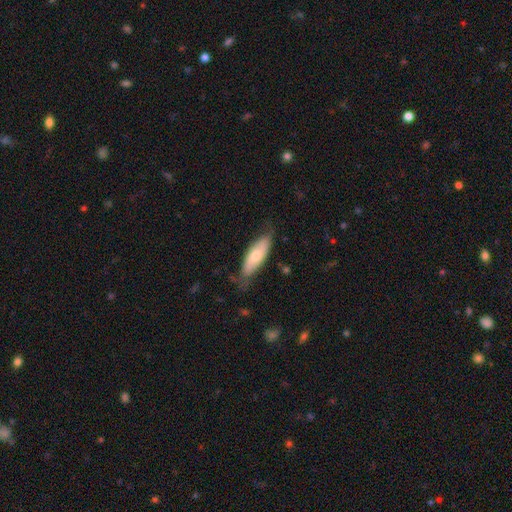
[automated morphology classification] Smooth or featured? smooth (64%)
How rounded? in between (64%)
Merging? none (65%)